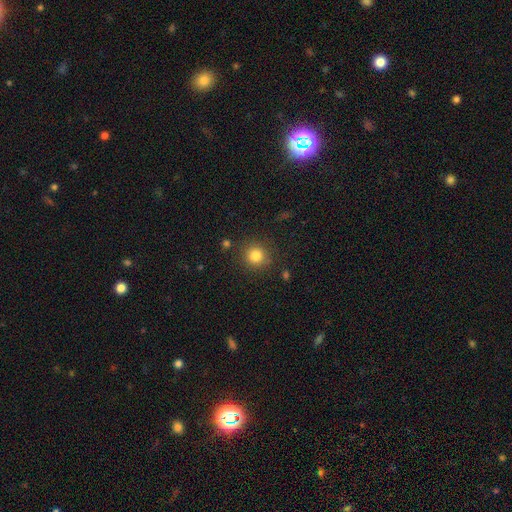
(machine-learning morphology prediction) Smooth or featured? Predicted: smooth (p=0.83). How rounded? Predicted: round (p=0.92). Merging? Predicted: none (p=0.86).